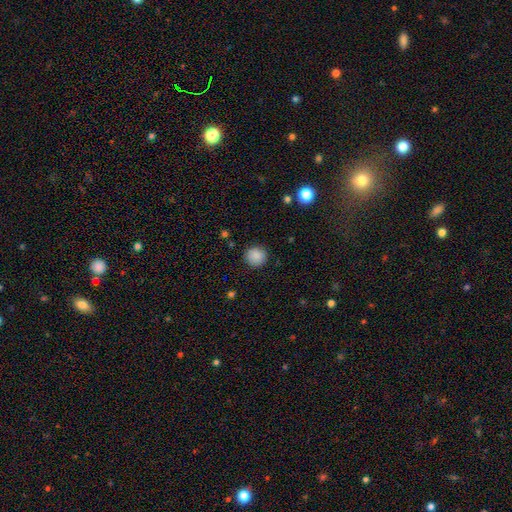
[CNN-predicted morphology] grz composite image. It shows a smooth galaxy with no disk features (88%) that is round (90%). Merging: none (88%).